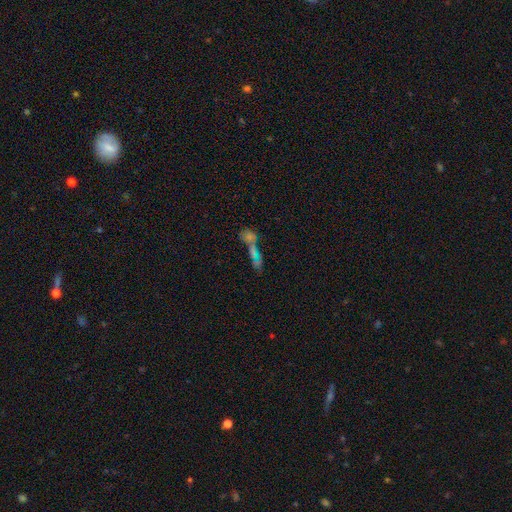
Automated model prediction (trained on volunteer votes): Q: Smooth or featured?
A: smooth (41%); runner-up: featured or disk (33%)
Q: Merging?
A: merger (56%); runner-up: none (27%)